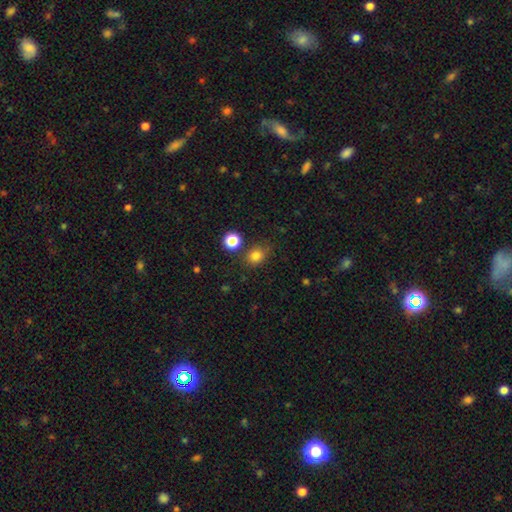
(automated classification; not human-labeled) The model was most divided on "how rounded": round: 66%, in between: 33%, cigar-shaped: 1%. More confident: smooth or featured — smooth (81%); merging — none (75%).